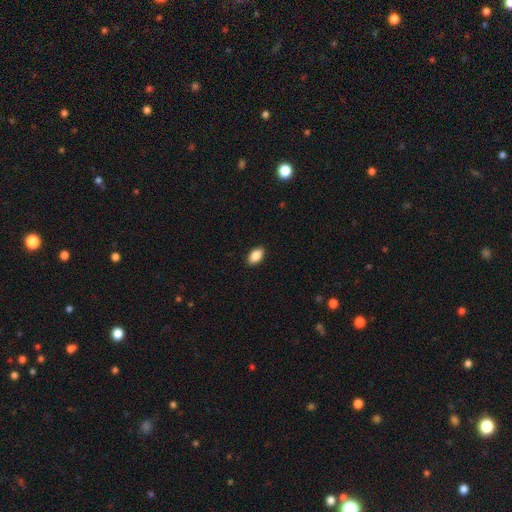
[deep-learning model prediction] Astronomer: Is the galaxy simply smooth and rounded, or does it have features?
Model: smooth — 87%.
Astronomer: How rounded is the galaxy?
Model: in between — 92%.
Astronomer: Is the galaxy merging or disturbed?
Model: none — 89%.